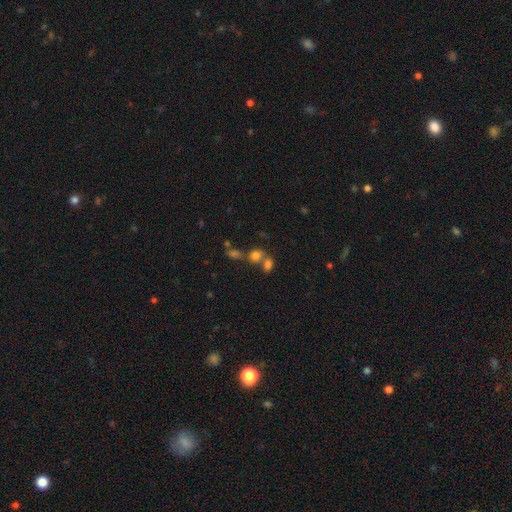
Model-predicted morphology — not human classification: Overall: smooth (72%). How rounded: round (52%; in between 45%). Merging: merger (47%; none 39%).